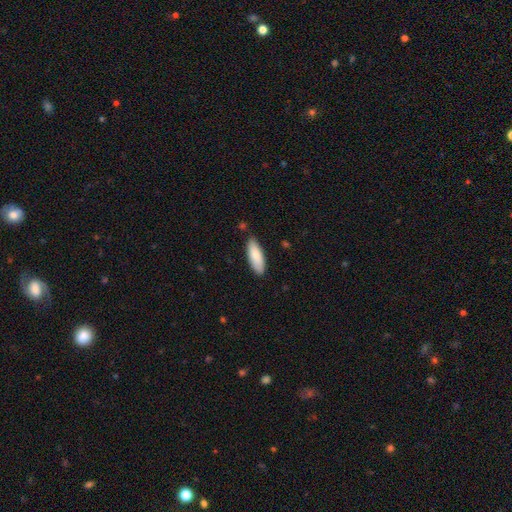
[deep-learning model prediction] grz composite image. It shows a smooth galaxy with no disk features (85%) that is in between round and cigar-shaped (63%). Merging: none (82%).